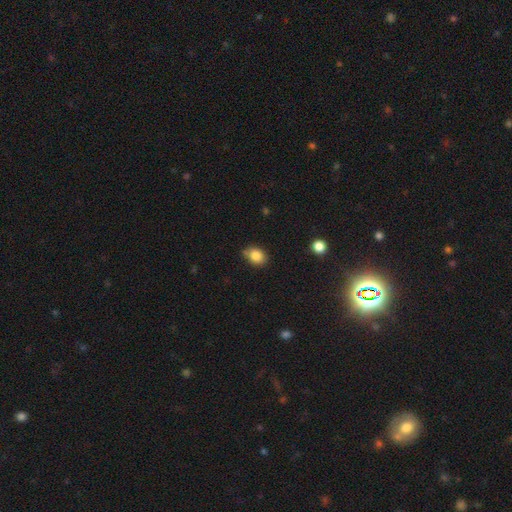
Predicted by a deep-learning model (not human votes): The model was most divided on "how rounded": in between: 58%, round: 41%, cigar-shaped: 1%. More confident: smooth or featured — smooth (85%); merging — none (71%).